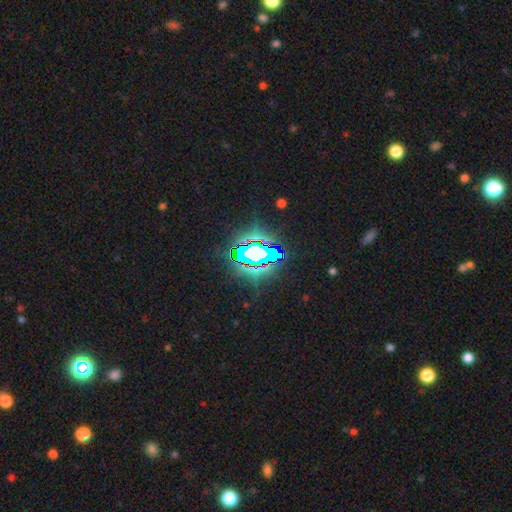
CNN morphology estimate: A star or artifact, not a galaxy (74%).

Vote fractions:
- Smooth or featured? star or artifact: 74% / smooth: 13% / featured or disk: 12%